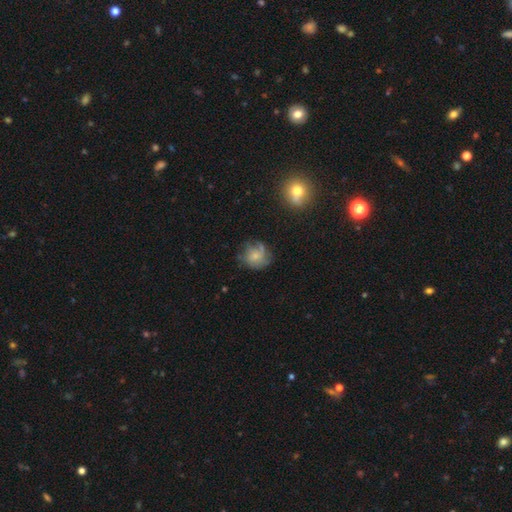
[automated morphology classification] Smooth or featured: smooth — 54% (featured or disk — 34%)
How rounded: round — 75% (in between — 24%)
Merging: none — 57% (minor disturbance — 25%)